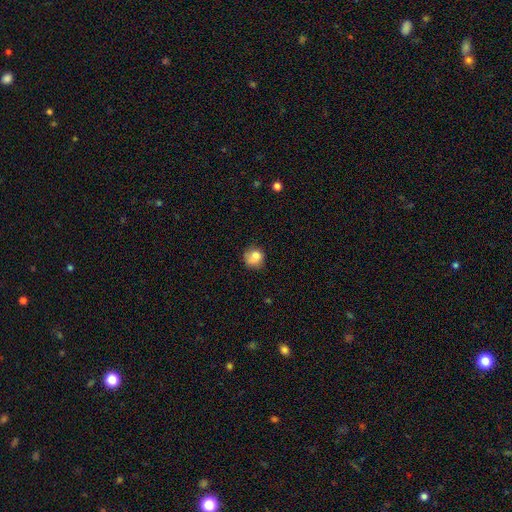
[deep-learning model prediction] Smooth or featured? smooth (75%)
How rounded? round (84%)
Merging? none (65%)